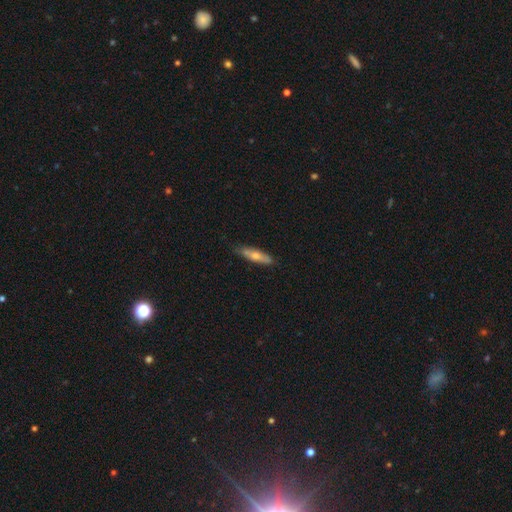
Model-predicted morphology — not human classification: Q: Smooth or featured?
A: smooth (58%); runner-up: featured or disk (37%)
Q: How rounded?
A: cigar-shaped (67%); runner-up: in between (31%)
Q: Merging?
A: none (74%); runner-up: minor disturbance (21%)